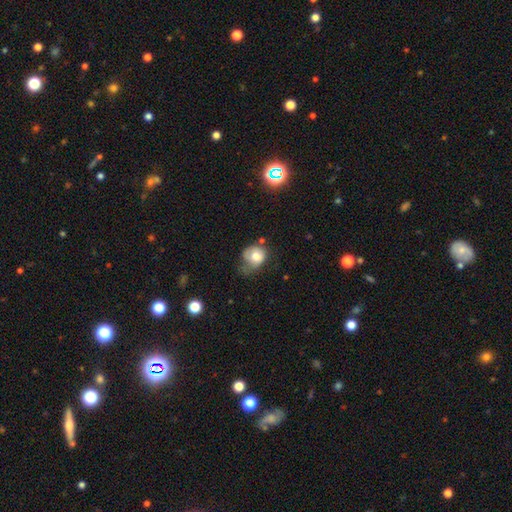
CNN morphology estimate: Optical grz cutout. It shows a smooth galaxy with no disk features (69%) that is round (65%). Merging: minor disturbance (37%).